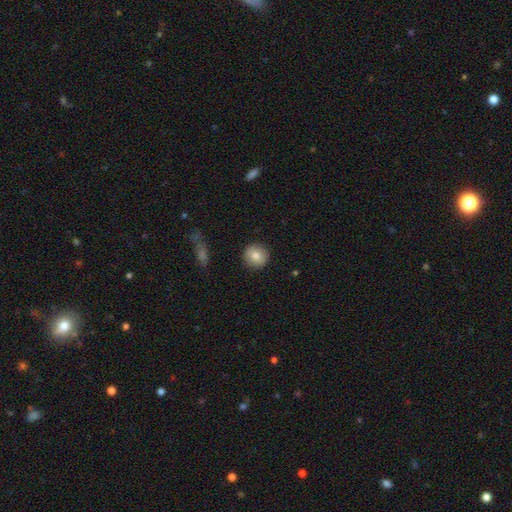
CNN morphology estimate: smooth-or-featured: smooth: 82% | featured or disk: 10% | star or artifact: 8%
  how-rounded: round: 93% | in between: 6% | cigar-shaped: 1%
  merging: none: 91% | minor disturbance: 6% | major disturbance: 2% | merger: 1%